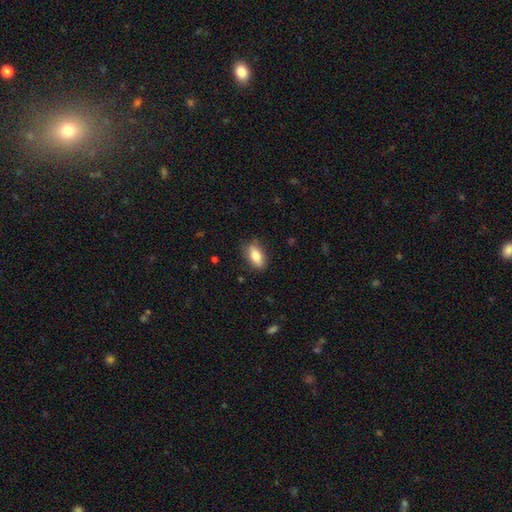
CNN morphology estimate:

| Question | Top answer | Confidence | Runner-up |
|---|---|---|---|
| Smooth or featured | smooth | 80% | featured or disk (13%) |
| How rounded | in between | 85% | cigar-shaped (11%) |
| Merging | none | 81% | minor disturbance (15%) |